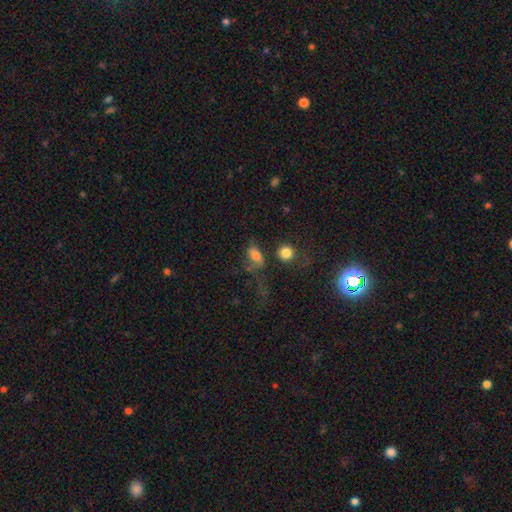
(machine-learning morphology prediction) A smooth galaxy with no disk features (72%) that is in between round and cigar-shaped (77%). Merging: none (40%).